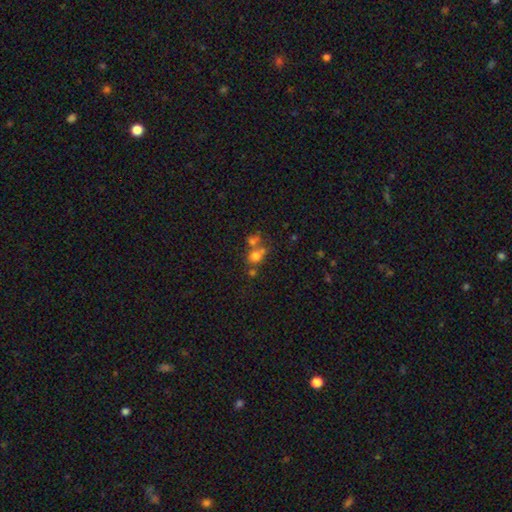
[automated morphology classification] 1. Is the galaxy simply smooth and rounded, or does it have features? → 67% smooth, 17% star or artifact, 16% featured or disk.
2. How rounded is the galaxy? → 66% round, 32% in between, 2% cigar-shaped.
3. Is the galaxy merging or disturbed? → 42% merger, 40% none, 11% minor disturbance, 7% major disturbance.